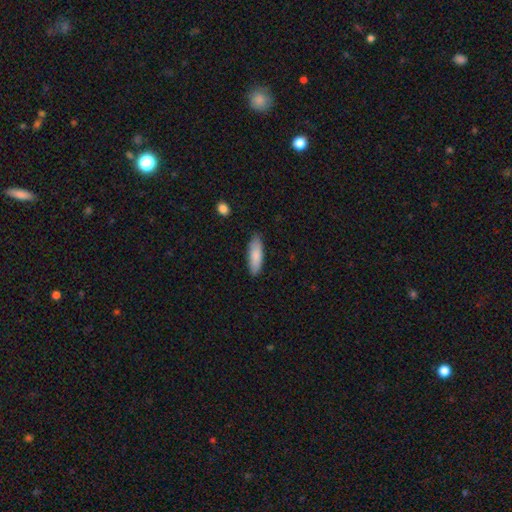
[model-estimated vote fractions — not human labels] Morphology: type=smooth (85%); roundness=in between (53%); merging=none (85%).